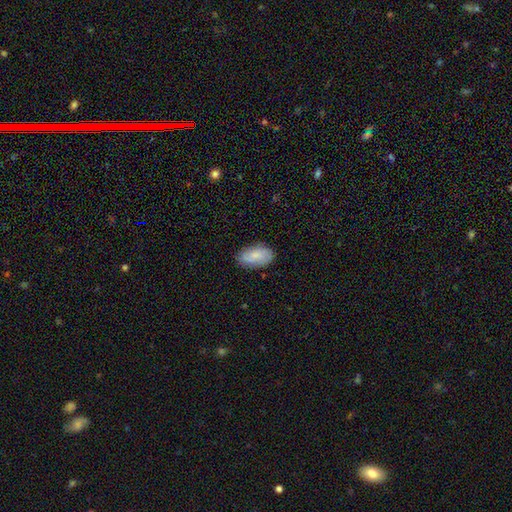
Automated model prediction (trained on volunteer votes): The model was most divided on "smooth or featured": smooth: 61%, featured or disk: 32%, star or artifact: 7%. More confident: how rounded — in between (92%); merging — none (80%).